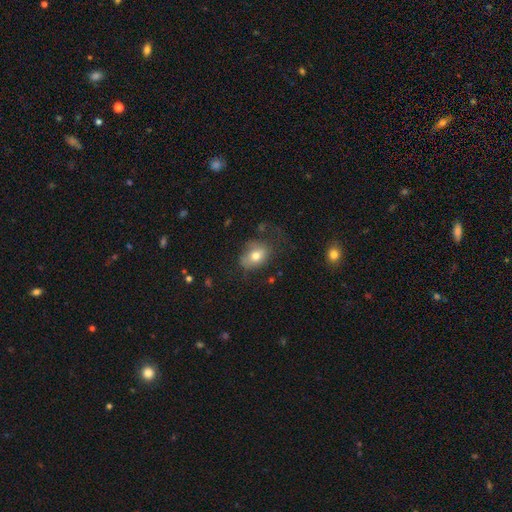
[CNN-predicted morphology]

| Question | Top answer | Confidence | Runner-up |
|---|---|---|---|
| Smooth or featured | smooth | 71% | featured or disk (20%) |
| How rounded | in between | 67% | round (32%) |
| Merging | none | 51% | minor disturbance (27%) |